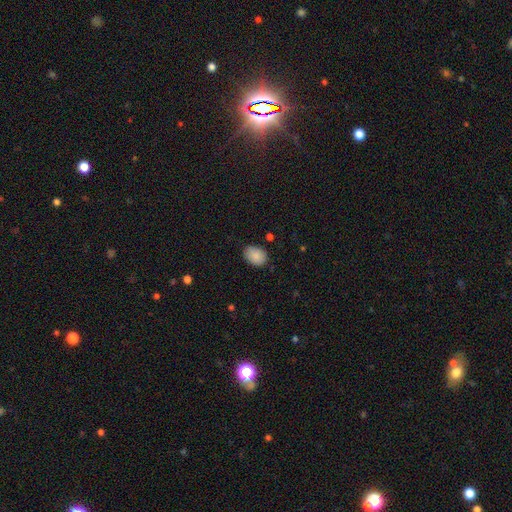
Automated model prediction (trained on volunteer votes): Smooth or featured? Predicted: smooth (p=0.88). How rounded? Predicted: in between (p=0.70). Merging? Predicted: none (p=0.81).